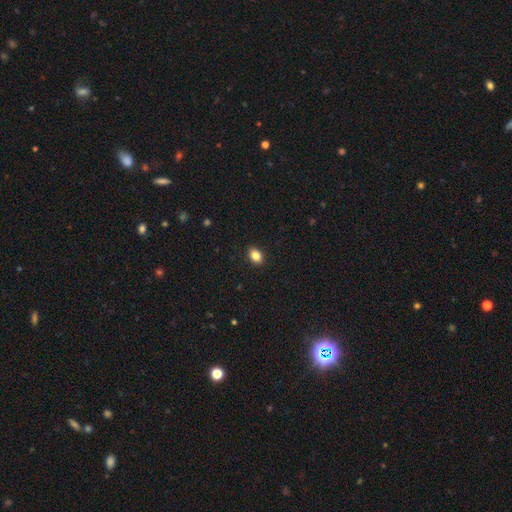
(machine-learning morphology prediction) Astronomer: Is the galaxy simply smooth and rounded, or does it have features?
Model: smooth — 85%.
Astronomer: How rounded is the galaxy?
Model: in between — 77%.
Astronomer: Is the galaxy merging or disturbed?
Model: none — 90%.